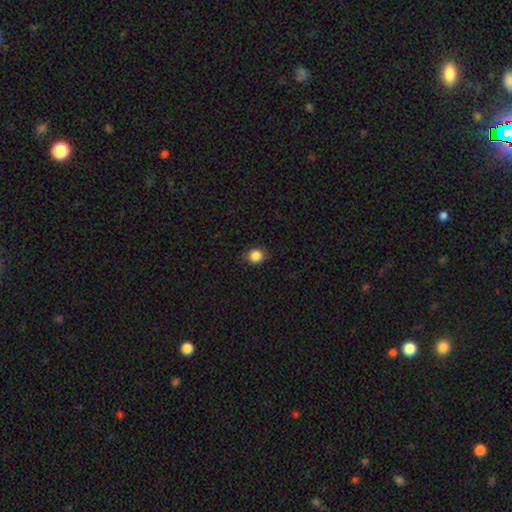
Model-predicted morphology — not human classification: Overall: smooth (86%). How rounded: round (78%). Merging: none (86%).